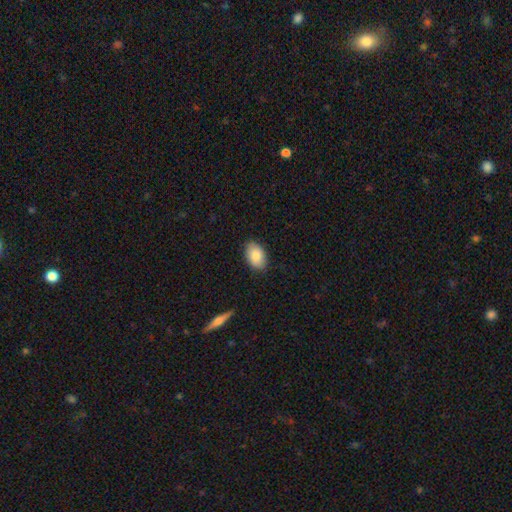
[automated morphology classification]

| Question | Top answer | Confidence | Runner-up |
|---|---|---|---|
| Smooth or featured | smooth | 85% | featured or disk (8%) |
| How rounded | in between | 90% | round (9%) |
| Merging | none | 86% | minor disturbance (11%) |